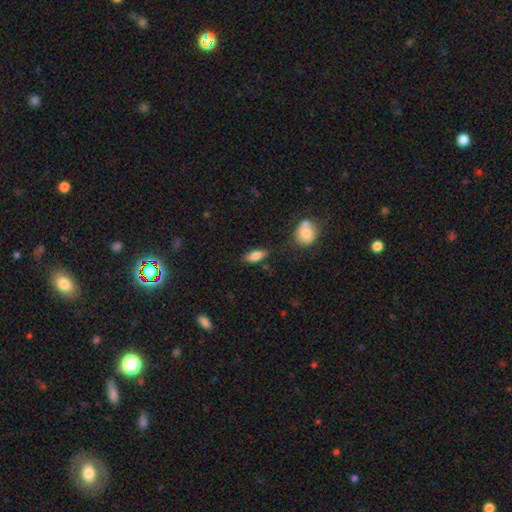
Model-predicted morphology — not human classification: smooth_or_featured: smooth (p=0.79) [alt: featured or disk p=0.14]
how_rounded: in between (p=0.79) [alt: cigar-shaped p=0.18]
merging: none (p=0.79) [alt: minor disturbance p=0.14]